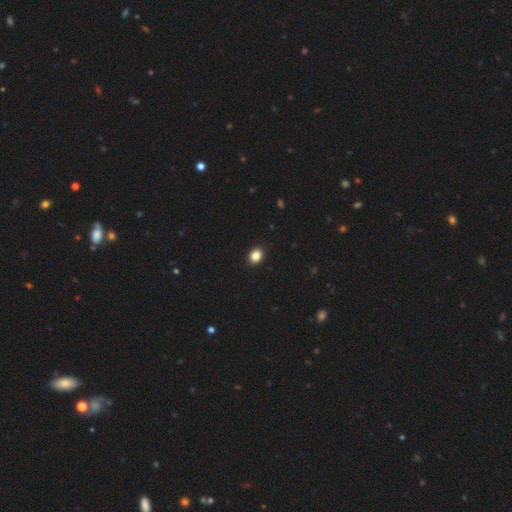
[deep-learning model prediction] Q: Smooth or featured?
A: smooth (86%); runner-up: star or artifact (10%)
Q: How rounded?
A: round (51%); runner-up: in between (48%)
Q: Merging?
A: none (92%); runner-up: minor disturbance (6%)